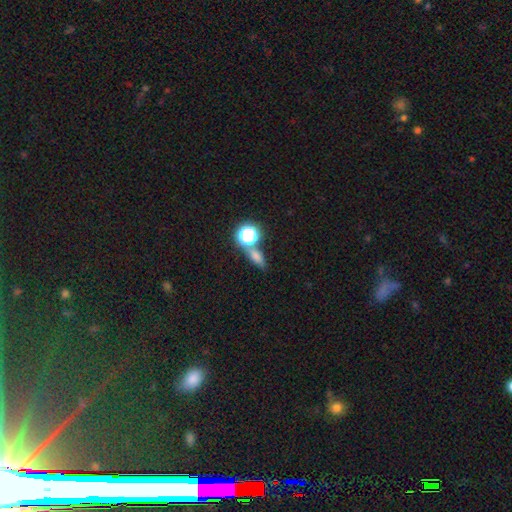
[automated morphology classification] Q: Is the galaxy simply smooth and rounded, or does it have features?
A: smooth — 62%.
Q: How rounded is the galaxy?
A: in between — 46%.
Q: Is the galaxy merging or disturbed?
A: none — 62%.